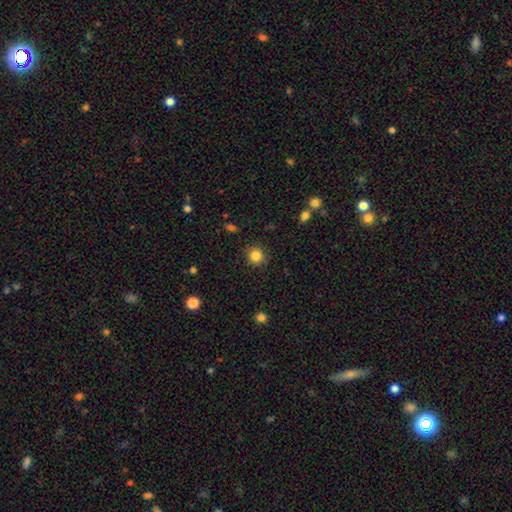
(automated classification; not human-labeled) This appears to be a smooth galaxy with no disk features (85%) that is round (92%). Merging: none (89%).